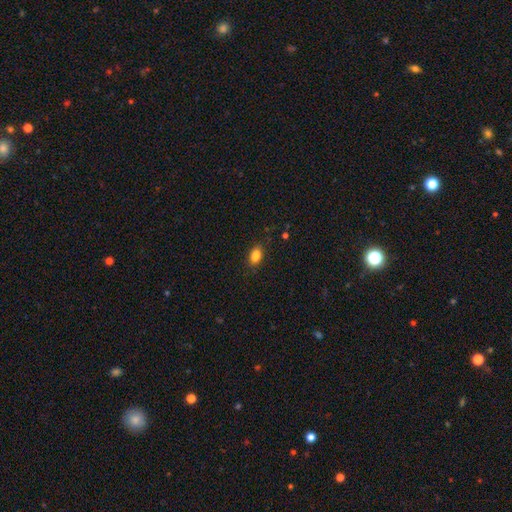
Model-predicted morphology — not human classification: type=smooth (86%); roundness=in between (86%); merging=none (85%).